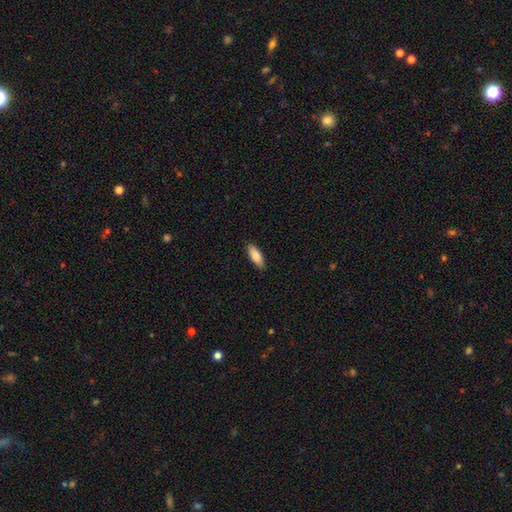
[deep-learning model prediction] Morphology: type=smooth (86%); roundness=in between (72%); merging=none (87%).